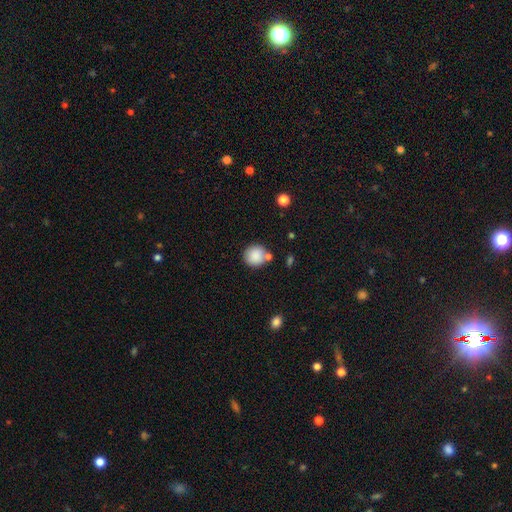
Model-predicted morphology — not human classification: type=smooth (86%); roundness=round (88%); merging=none (69%).